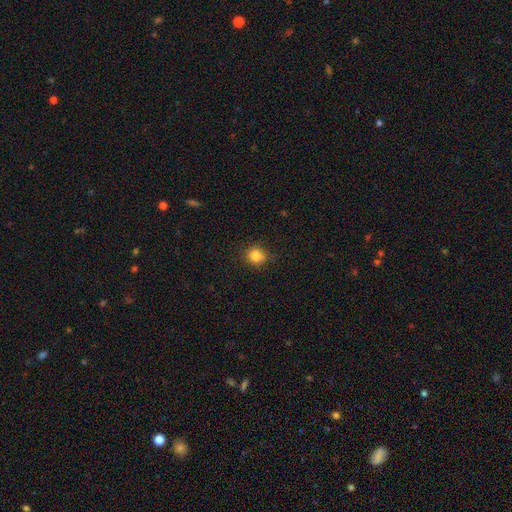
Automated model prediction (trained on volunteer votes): A smooth galaxy with no disk features (83%) that is round (88%). Merging: none (83%).